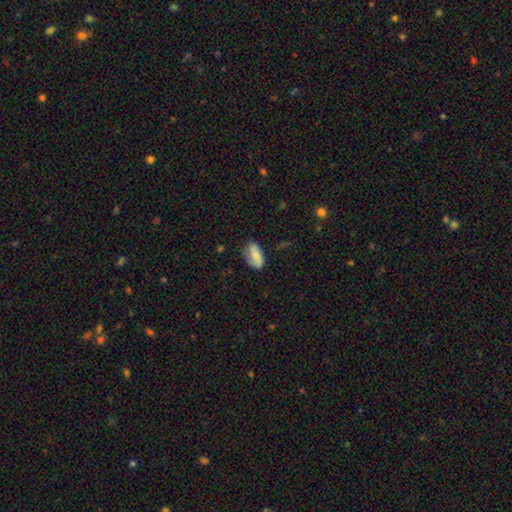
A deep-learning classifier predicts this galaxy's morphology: This appears to be a smooth galaxy with no disk features (74%) that is in between round and cigar-shaped (92%). Merging: none (70%).